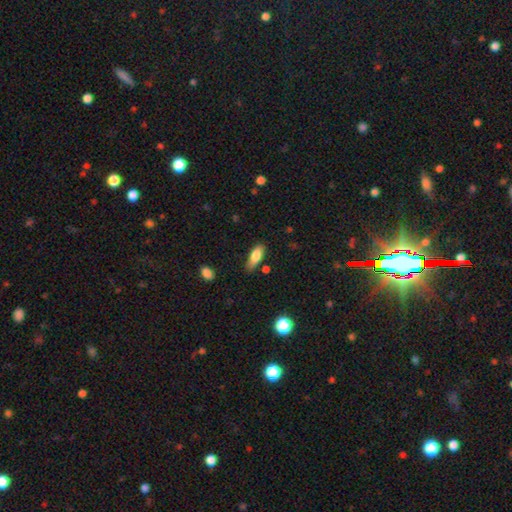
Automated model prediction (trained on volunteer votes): A smooth galaxy with no disk features (81%) that is in between round and cigar-shaped (74%). Merging: none (69%).